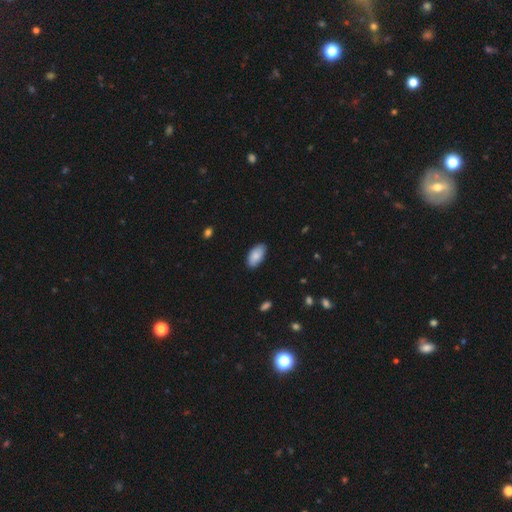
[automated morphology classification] This appears to be a smooth galaxy with no disk features (85%) that is in between round and cigar-shaped (95%). Merging: none (85%).